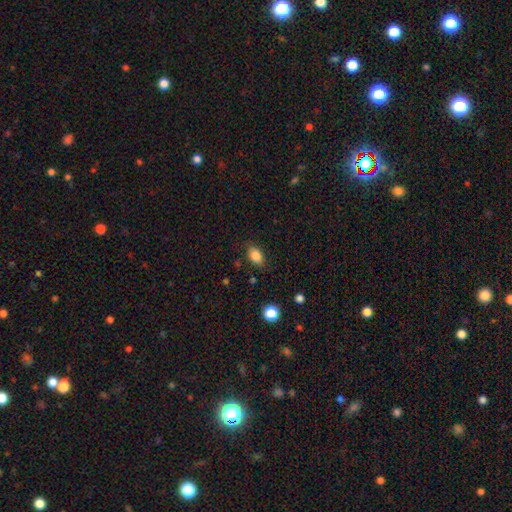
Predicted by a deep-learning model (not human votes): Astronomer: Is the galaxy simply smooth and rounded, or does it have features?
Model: smooth — 85%.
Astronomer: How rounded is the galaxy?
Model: in between — 83%.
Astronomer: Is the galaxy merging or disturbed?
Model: none — 81%.